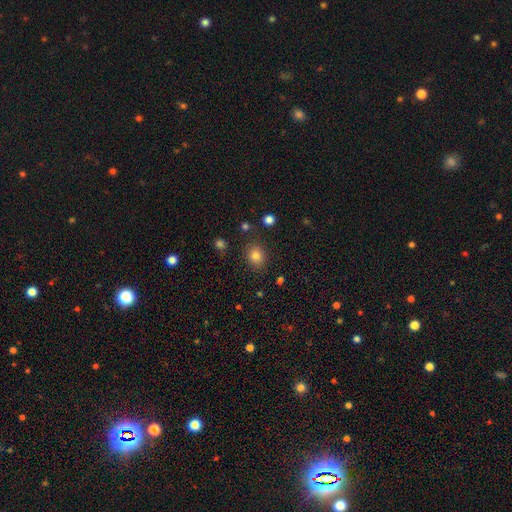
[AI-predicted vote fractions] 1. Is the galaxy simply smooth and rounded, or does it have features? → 82% smooth, 12% star or artifact, 6% featured or disk.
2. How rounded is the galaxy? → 61% round, 38% in between, 1% cigar-shaped.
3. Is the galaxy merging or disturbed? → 83% none, 10% minor disturbance, 3% major disturbance, 3% merger.